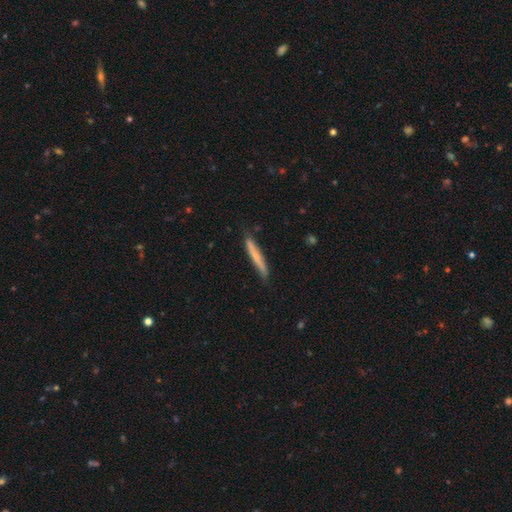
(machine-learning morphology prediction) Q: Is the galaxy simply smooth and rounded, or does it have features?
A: smooth — 55%.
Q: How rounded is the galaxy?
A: cigar-shaped — 95%.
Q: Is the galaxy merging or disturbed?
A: none — 82%.